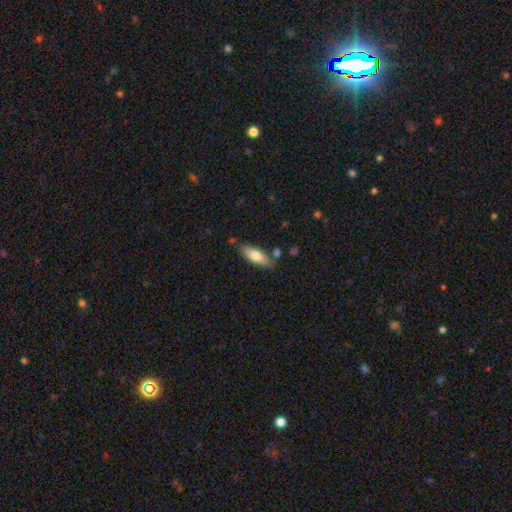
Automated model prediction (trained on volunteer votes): smooth_or_featured: smooth (p=0.75) [alt: featured or disk p=0.19]
how_rounded: in between (p=0.70) [alt: cigar-shaped p=0.28]
merging: none (p=0.77) [alt: minor disturbance p=0.14]